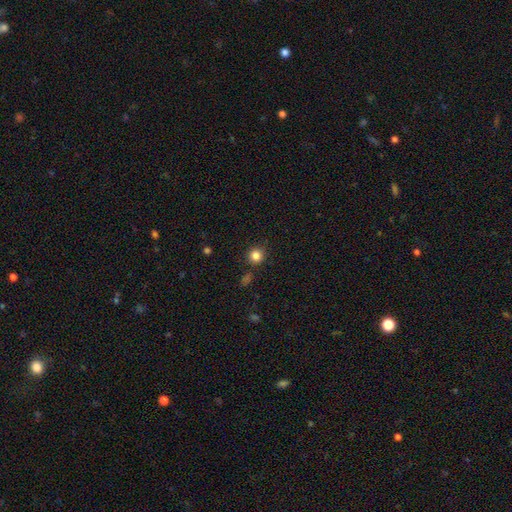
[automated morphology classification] smooth 83%, star or artifact 12%, featured or disk 5%. Down the decision tree: how rounded — round (92%); merging — none (87%).